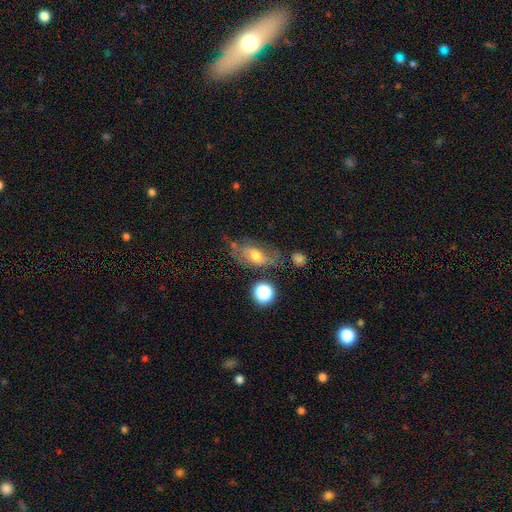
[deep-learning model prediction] Smooth or featured: smooth — 49% (featured or disk — 38%)
Merging: none — 50% (minor disturbance — 26%)